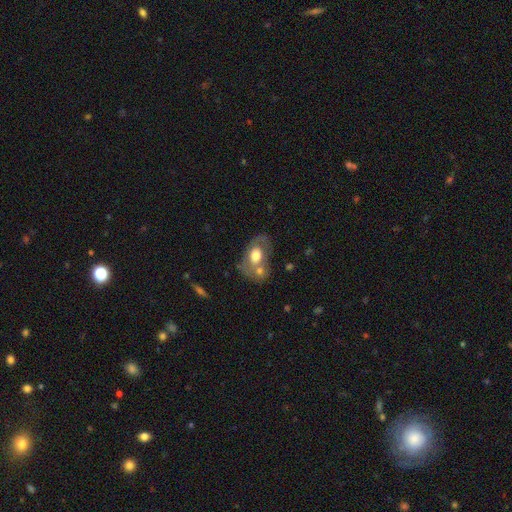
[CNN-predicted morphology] type=smooth (52%); roundness=in between (80%); merging=none (39%).